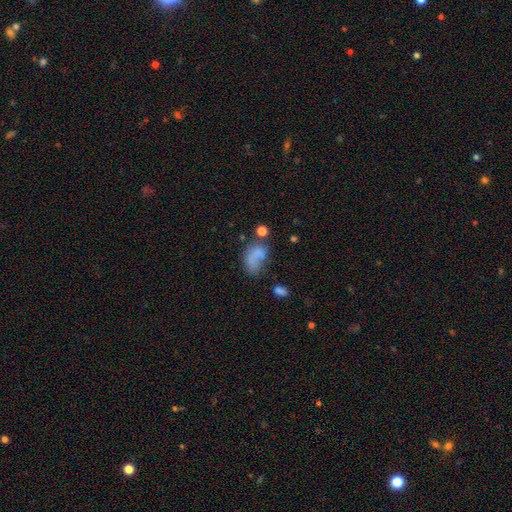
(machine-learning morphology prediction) This is likely a smooth galaxy (68%). How rounded: clearly in between (81%). Merging: marginally none (33%).